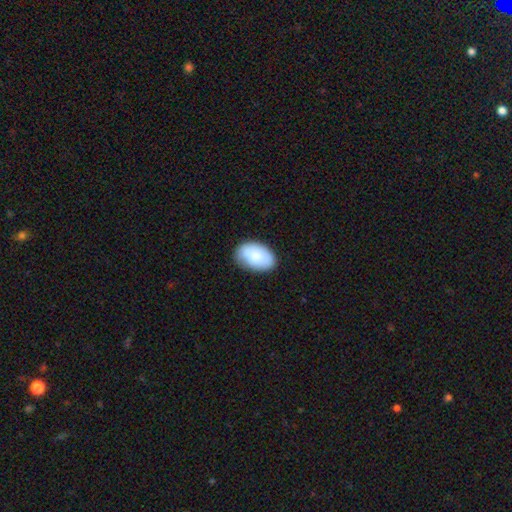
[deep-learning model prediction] Smooth or featured?
  - smooth: 83% *
  - featured or disk: 11%
  - star or artifact: 6%
How rounded?
  - in between: 92% *
  - round: 7%
  - cigar-shaped: 1%
Merging?
  - none: 79% *
  - minor disturbance: 17%
  - major disturbance: 3%
  - merger: 1%